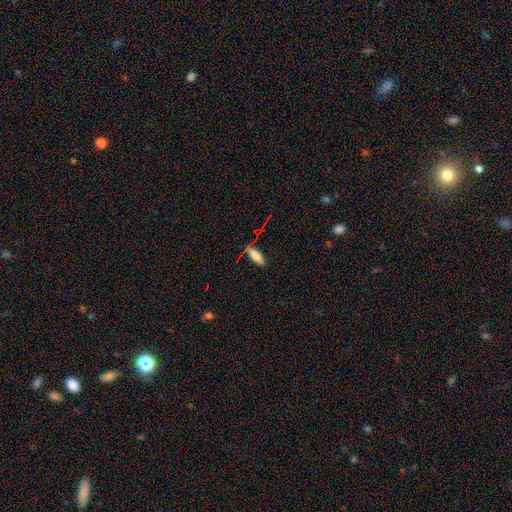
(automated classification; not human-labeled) The model was most divided on "how rounded": in between: 53%, cigar-shaped: 45%, round: 2%. More confident: merging — none (79%); smooth or featured — smooth (74%).